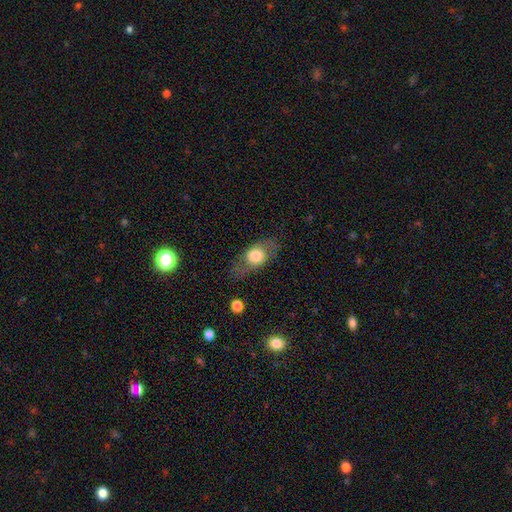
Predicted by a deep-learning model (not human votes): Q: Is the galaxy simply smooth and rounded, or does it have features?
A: smooth — 61%.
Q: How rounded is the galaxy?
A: in between — 70%.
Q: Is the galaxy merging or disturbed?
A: none — 72%.